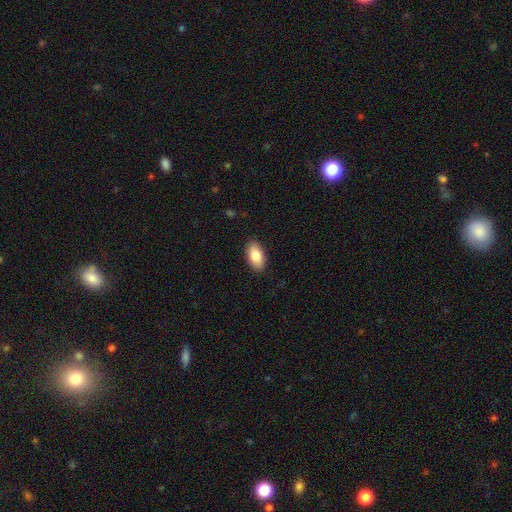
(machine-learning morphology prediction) The model was most divided on "smooth or featured": smooth: 83%, featured or disk: 10%, star or artifact: 6%. More confident: how rounded — in between (94%); merging — none (90%).